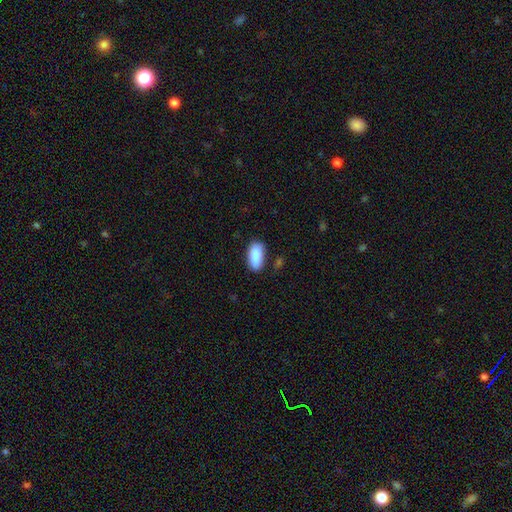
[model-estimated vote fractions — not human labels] Q: Smooth or featured?
A: smooth (89%); runner-up: star or artifact (7%)
Q: How rounded?
A: in between (89%); runner-up: cigar-shaped (8%)
Q: Merging?
A: none (77%); runner-up: minor disturbance (17%)